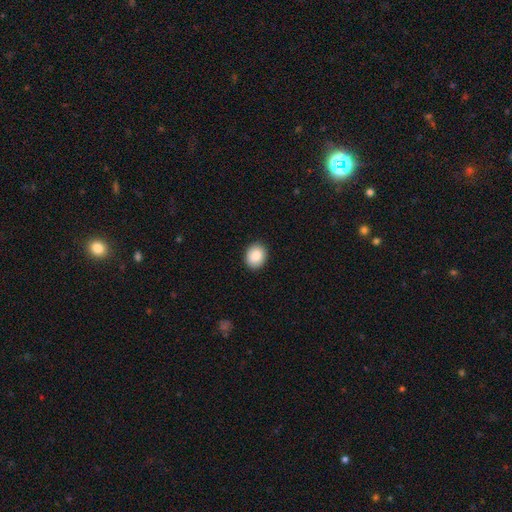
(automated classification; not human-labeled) Morphology: type=smooth (87%); roundness=round (57%); merging=none (90%).